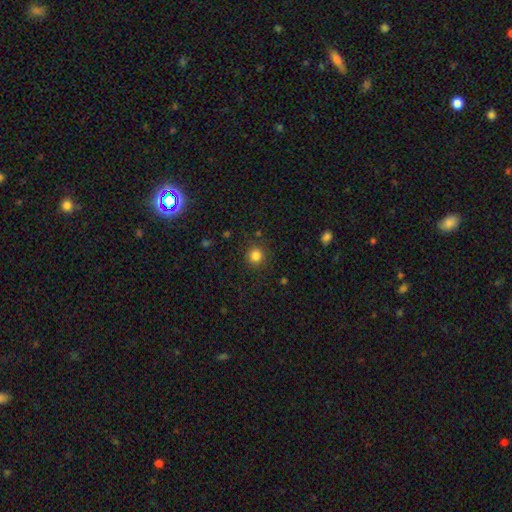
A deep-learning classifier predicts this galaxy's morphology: This is clearly a smooth galaxy (83%). How rounded: clearly round (92%). Merging: clearly none (88%).